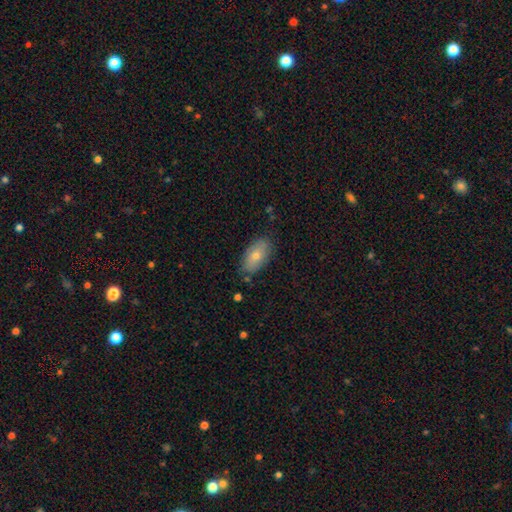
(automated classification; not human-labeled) This is likely a smooth galaxy (70%). How rounded: clearly in between (92%). Merging: clearly none (82%).